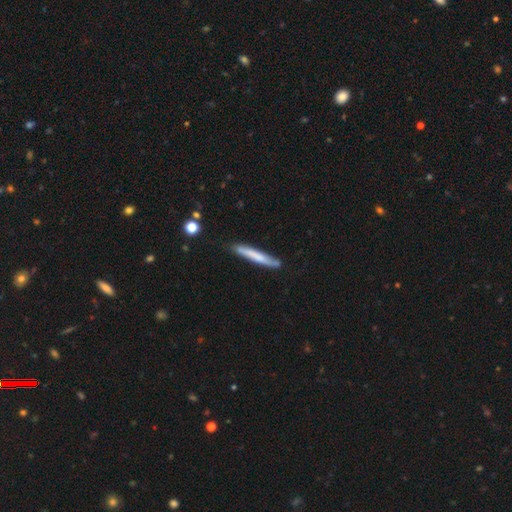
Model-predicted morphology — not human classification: smooth_or_featured: smooth (p=0.62) [alt: featured or disk p=0.32]
how_rounded: cigar-shaped (p=0.95) [alt: in between p=0.03]
merging: none (p=0.79) [alt: minor disturbance p=0.16]